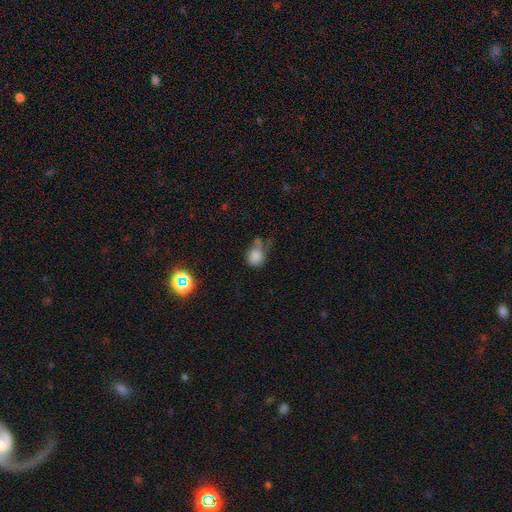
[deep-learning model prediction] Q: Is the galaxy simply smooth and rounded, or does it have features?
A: smooth — 78%.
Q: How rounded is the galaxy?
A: round — 59%.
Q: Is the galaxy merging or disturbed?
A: none — 34%.